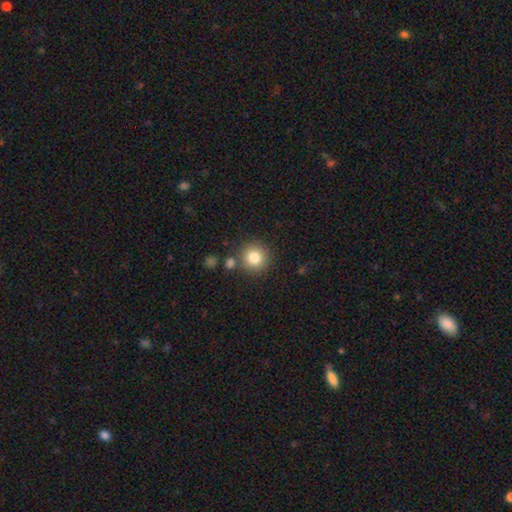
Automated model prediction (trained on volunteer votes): Morphology: type=smooth (79%); roundness=round (94%); merging=none (85%).